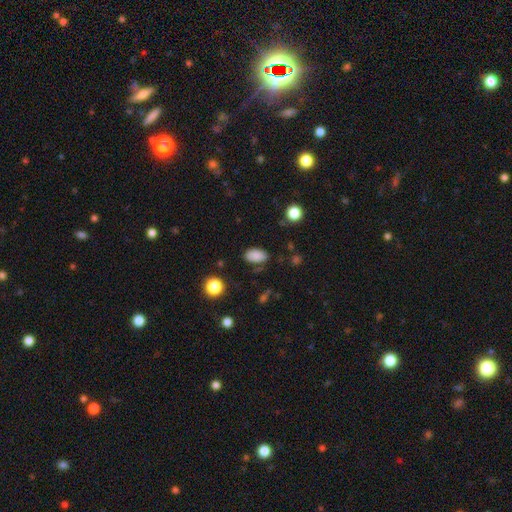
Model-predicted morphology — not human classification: smooth-or-featured: smooth: 85% | star or artifact: 10% | featured or disk: 5%
  how-rounded: in between: 91% | round: 7% | cigar-shaped: 2%
  merging: none: 79% | minor disturbance: 14% | major disturbance: 4% | merger: 2%